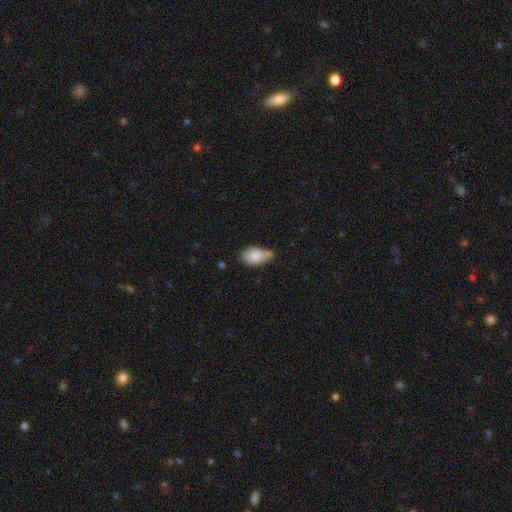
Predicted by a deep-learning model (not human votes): Overall: smooth (82%). How rounded: in between (90%). Merging: none (44%; minor disturbance 32%).